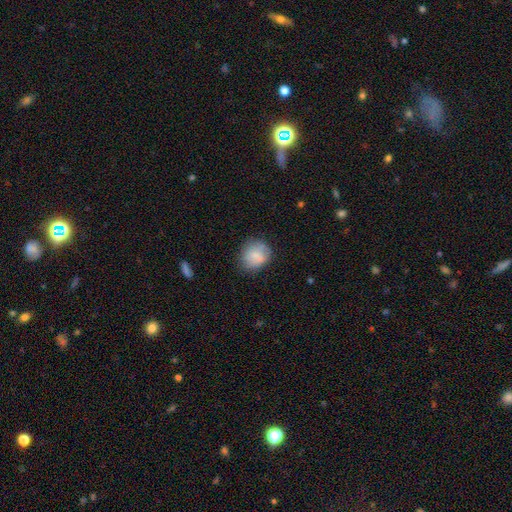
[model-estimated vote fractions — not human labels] The model was most divided on "how rounded": round: 74%, in between: 25%, cigar-shaped: 1%. More confident: smooth or featured — smooth (78%); merging — none (72%).